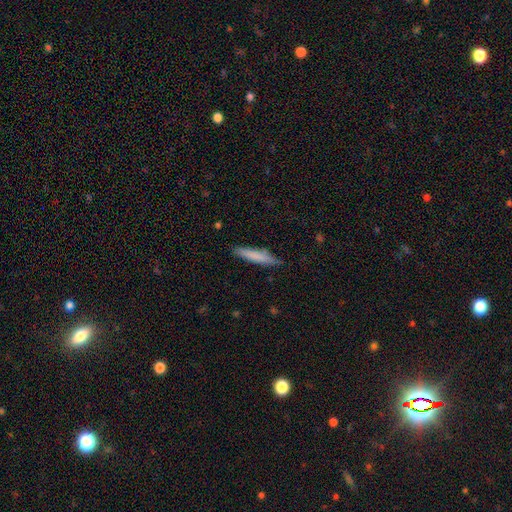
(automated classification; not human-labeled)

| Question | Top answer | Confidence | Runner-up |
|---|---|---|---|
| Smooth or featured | smooth | 78% | featured or disk (17%) |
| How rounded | cigar-shaped | 91% | in between (8%) |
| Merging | none | 86% | minor disturbance (11%) |